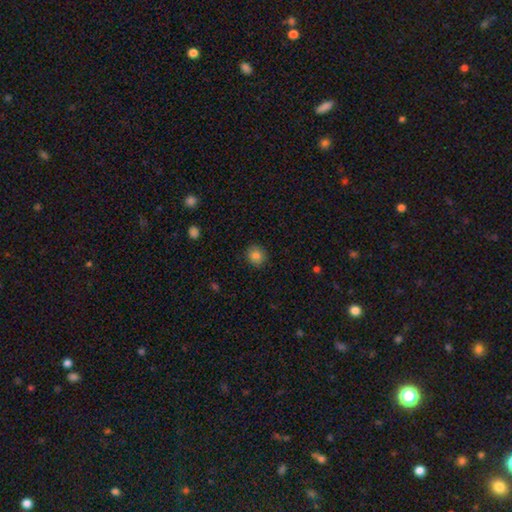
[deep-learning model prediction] Overall: smooth (83%). How rounded: round (80%). Merging: none (89%).